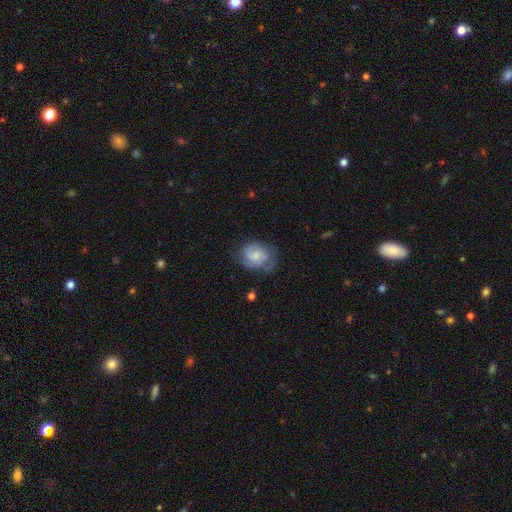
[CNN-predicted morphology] This is possibly a featured or disk galaxy (52%). It is clearly not viewed edge-on (97%). Bar: likely no (65%). Spiral arm pattern: clearly yes (83%). Central bulge: possibly small (49%). Merging: likely none (61%).